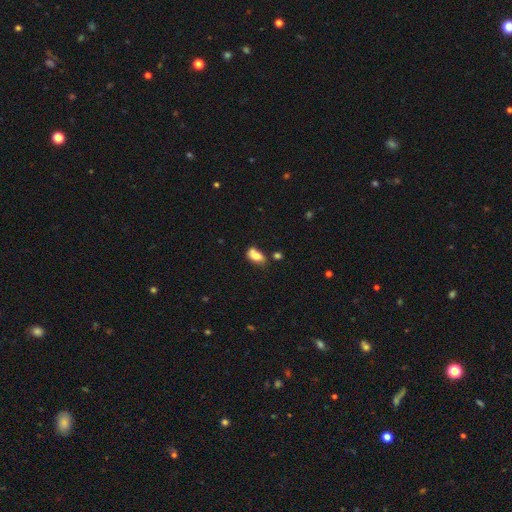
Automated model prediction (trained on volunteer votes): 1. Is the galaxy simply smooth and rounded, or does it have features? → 70% smooth, 21% featured or disk, 9% star or artifact.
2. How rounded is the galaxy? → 87% in between, 9% round, 4% cigar-shaped.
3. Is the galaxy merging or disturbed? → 44% none, 26% merger, 22% minor disturbance, 8% major disturbance.